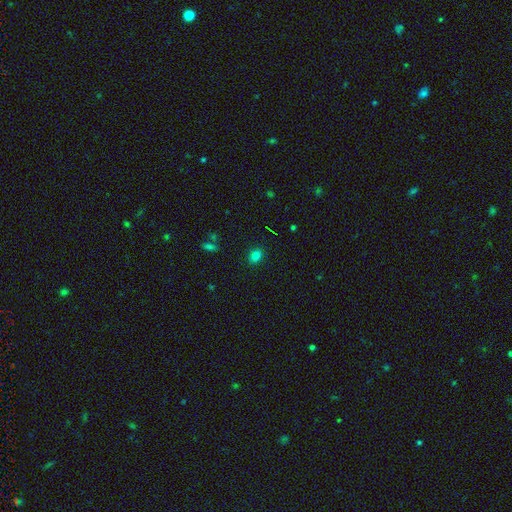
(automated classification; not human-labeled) smooth_or_featured: smooth (p=0.79) [alt: star or artifact p=0.15]
how_rounded: in between (p=0.51) [alt: round p=0.48]
merging: none (p=0.88) [alt: minor disturbance p=0.08]